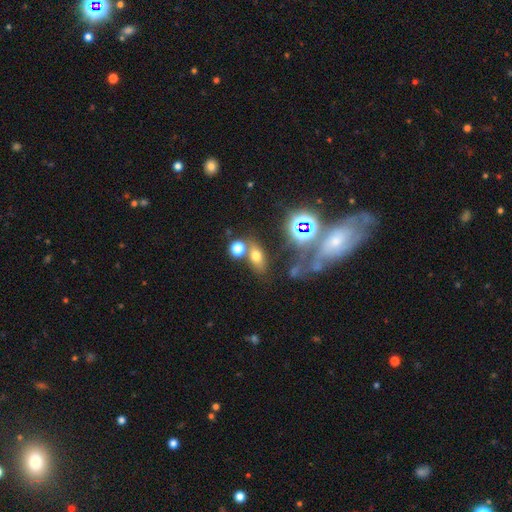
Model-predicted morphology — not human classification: type=smooth (61%); roundness=in between (74%); merging=none (60%).